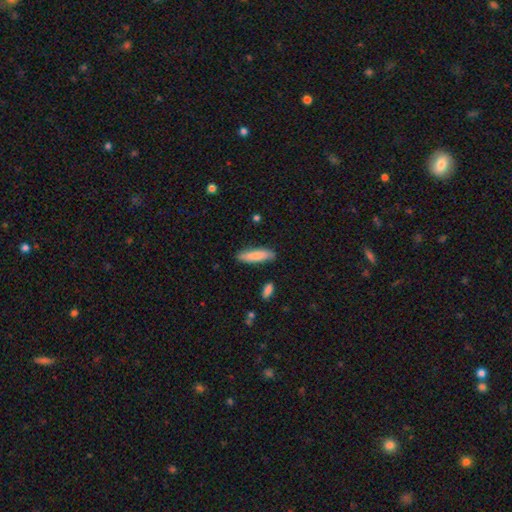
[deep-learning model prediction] This appears to be a smooth galaxy with no disk features (82%) that is cigar-shaped (69%). Merging: none (85%).